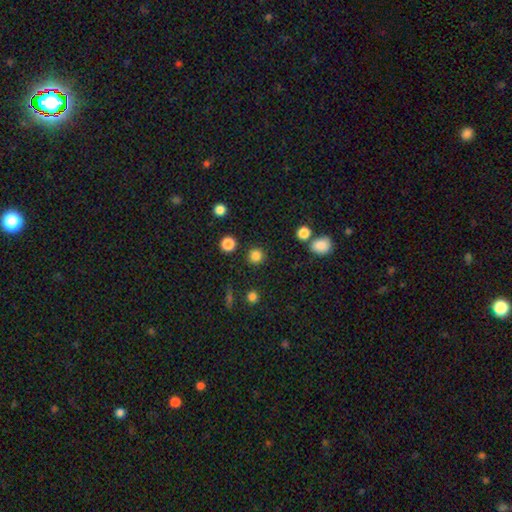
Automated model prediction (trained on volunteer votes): A smooth galaxy with no disk features (83%) that is round (94%). Merging: none (89%).